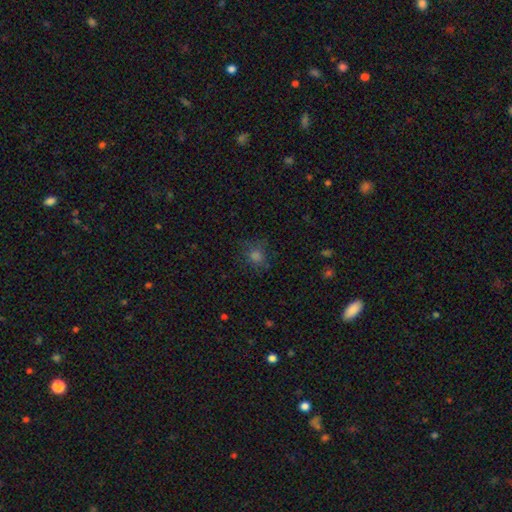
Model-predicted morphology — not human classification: The model was most divided on "smooth or featured": smooth: 66%, star or artifact: 26%, featured or disk: 8%. More confident: how rounded — round (80%); merging — none (76%).